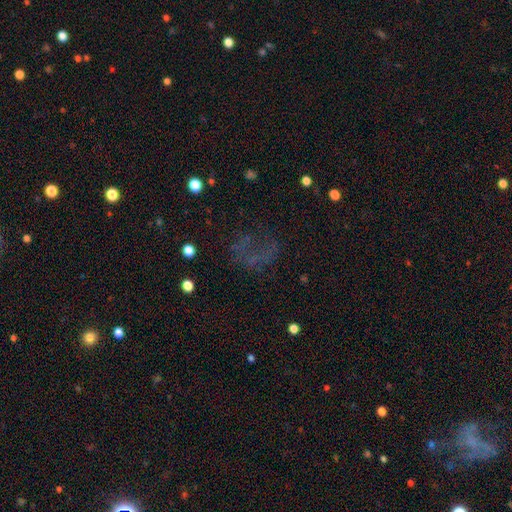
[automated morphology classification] smooth-or-featured: star or artifact: 39% | smooth: 34% | featured or disk: 27%